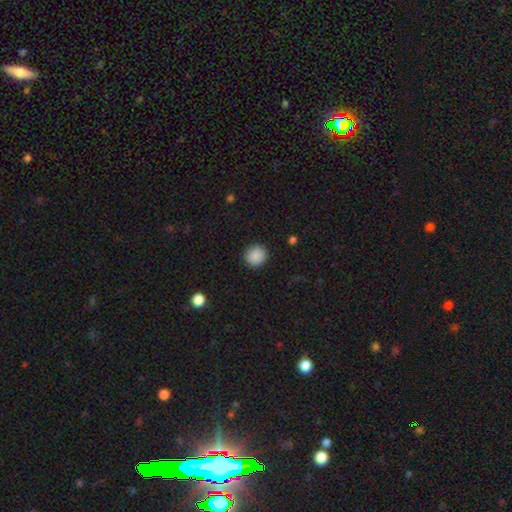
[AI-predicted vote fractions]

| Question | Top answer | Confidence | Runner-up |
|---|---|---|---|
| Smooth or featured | smooth | 90% | star or artifact (8%) |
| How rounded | round | 92% | in between (7%) |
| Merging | none | 91% | minor disturbance (6%) |